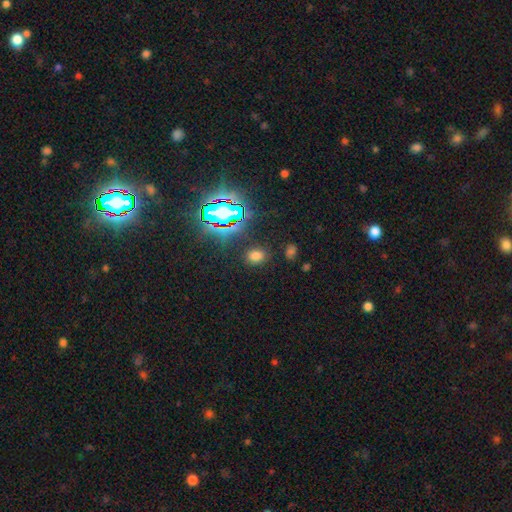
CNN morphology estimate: The model was most divided on "how rounded": in between: 63%, round: 35%, cigar-shaped: 2%. More confident: merging — none (84%); smooth or featured — smooth (66%).